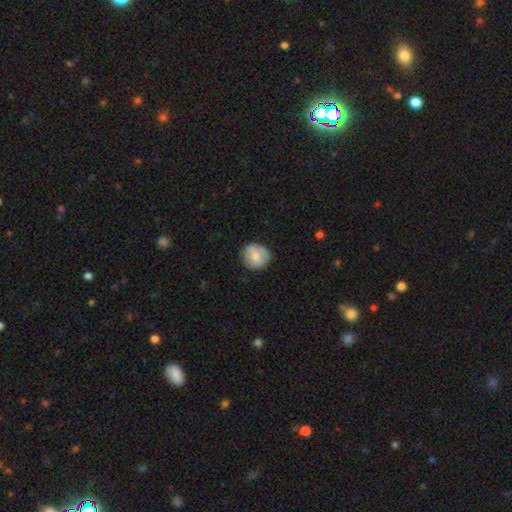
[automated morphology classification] Overall: smooth (72%). How rounded: round (87%). Merging: none (79%).